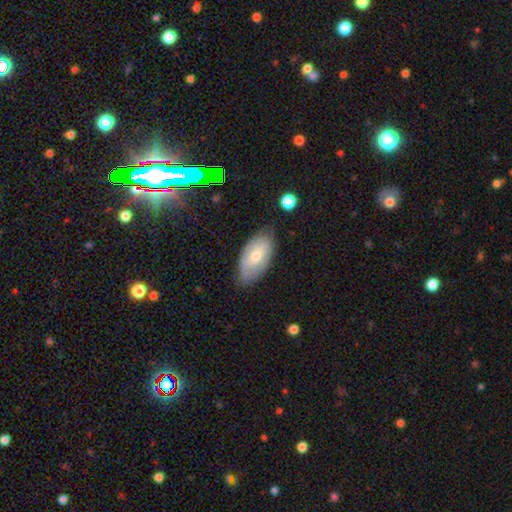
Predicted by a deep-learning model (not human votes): The model was most divided on "smooth or featured": smooth: 54%, featured or disk: 38%, star or artifact: 8%. More confident: how rounded — in between (93%); merging — none (75%).